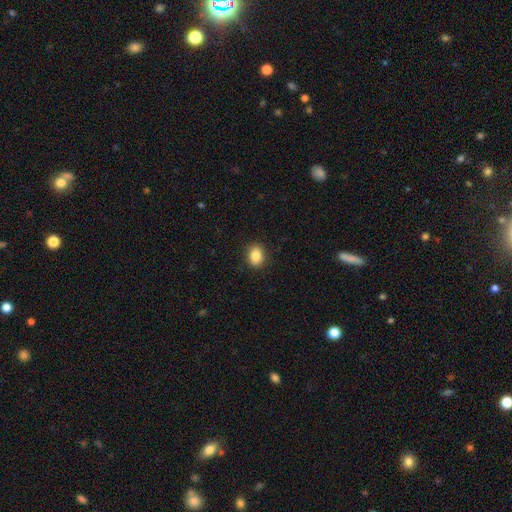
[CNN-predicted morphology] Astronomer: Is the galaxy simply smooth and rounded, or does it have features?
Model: smooth — 86%.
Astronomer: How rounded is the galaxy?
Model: in between — 56% (runner-up: round, 43%).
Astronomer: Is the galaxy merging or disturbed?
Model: none — 89%.